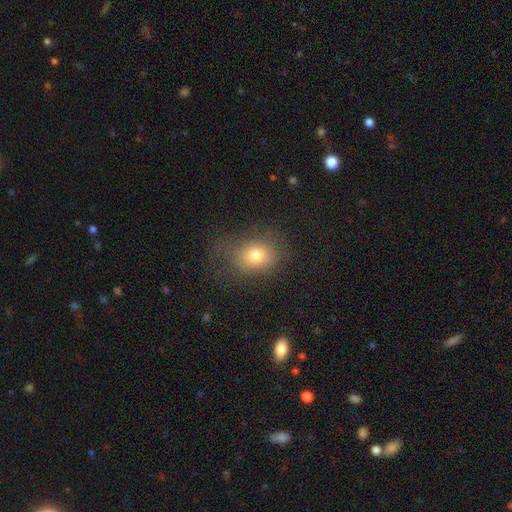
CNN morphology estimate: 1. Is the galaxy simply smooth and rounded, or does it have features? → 74% smooth, 15% star or artifact, 11% featured or disk.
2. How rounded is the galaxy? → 55% round, 44% in between, 1% cigar-shaped.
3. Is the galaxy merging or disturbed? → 67% none, 19% minor disturbance, 13% major disturbance, 2% merger.